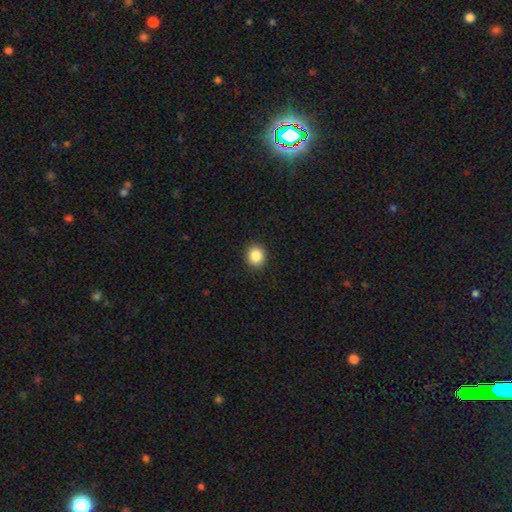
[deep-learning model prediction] Smooth or featured?
  - smooth: 86% *
  - star or artifact: 9%
  - featured or disk: 4%
How rounded?
  - round: 84% *
  - in between: 15%
  - cigar-shaped: 1%
Merging?
  - none: 92% *
  - minor disturbance: 6%
  - major disturbance: 2%
  - merger: 1%